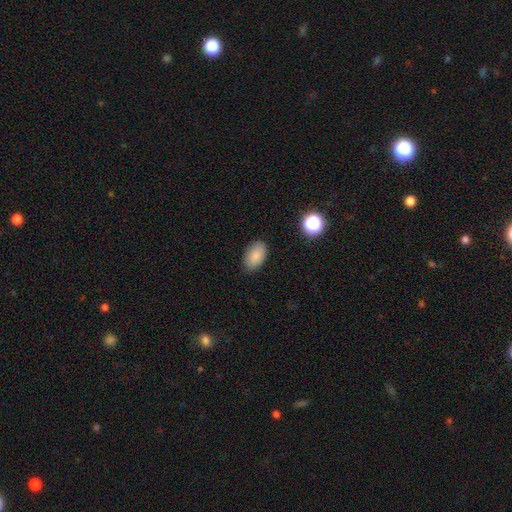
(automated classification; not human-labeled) The model was most divided on "merging": none: 87%, minor disturbance: 10%, major disturbance: 2%, merger: 1%. More confident: how rounded — in between (92%); smooth or featured — smooth (86%).